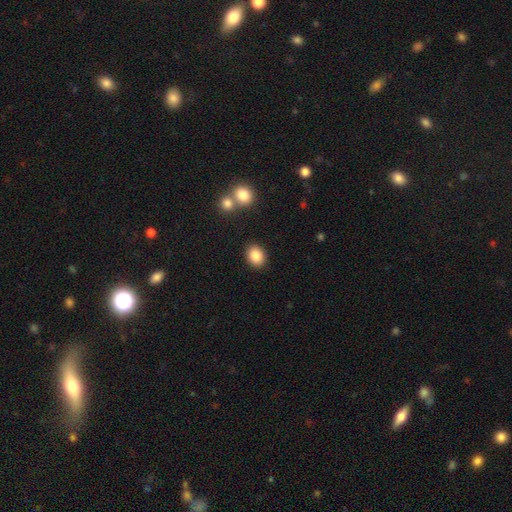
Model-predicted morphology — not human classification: smooth 87%, star or artifact 8%, featured or disk 5%. Down the decision tree: how rounded — in between (56%); merging — none (88%).